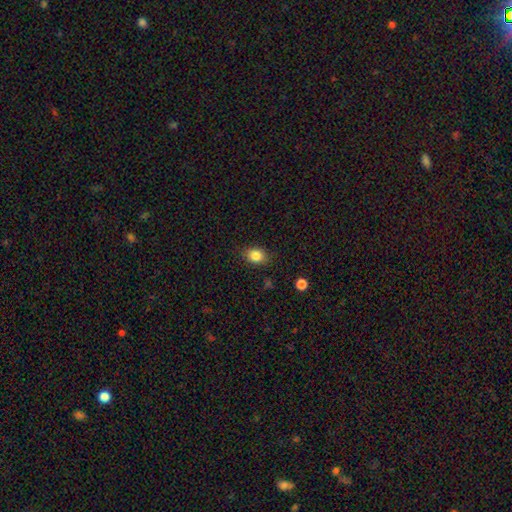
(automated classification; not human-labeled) smooth 84%, star or artifact 10%, featured or disk 6%. Down the decision tree: how rounded — in between (58%); merging — none (83%).